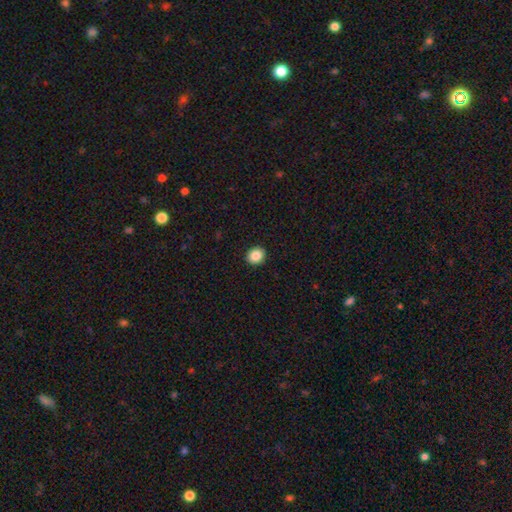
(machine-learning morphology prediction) Smooth or featured: smooth — 86% (star or artifact — 9%)
How rounded: round — 77% (in between — 23%)
Merging: none — 93% (minor disturbance — 5%)